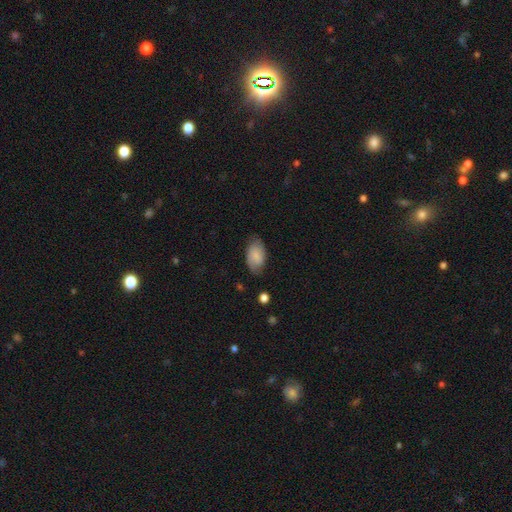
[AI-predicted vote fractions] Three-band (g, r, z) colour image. It shows a smooth galaxy with no disk features (67%) that is in between round and cigar-shaped (93%). Merging: none (71%).